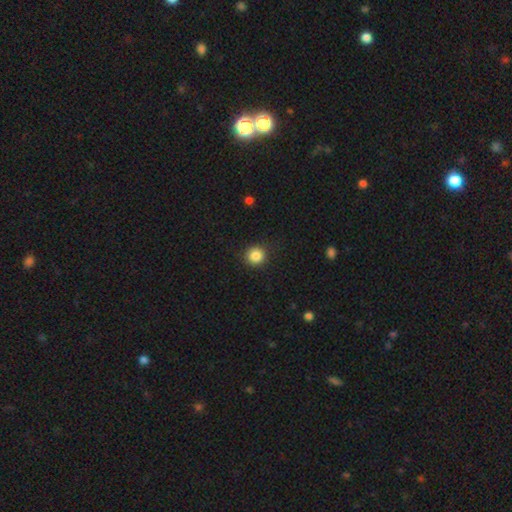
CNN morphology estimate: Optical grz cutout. It shows a smooth galaxy with no disk features (86%) that is round (93%). Merging: none (90%).